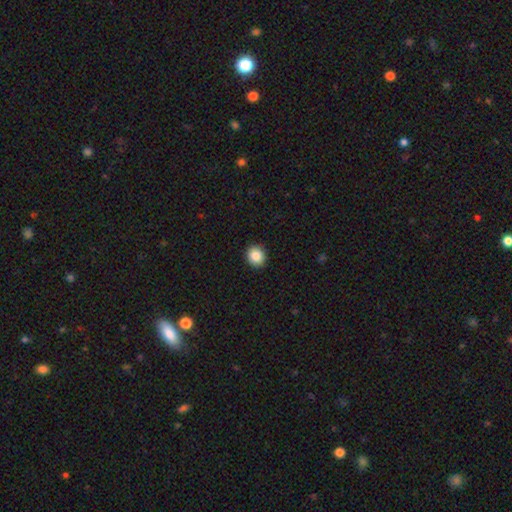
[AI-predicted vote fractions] Overall: smooth (86%). How rounded: round (82%). Merging: none (92%).